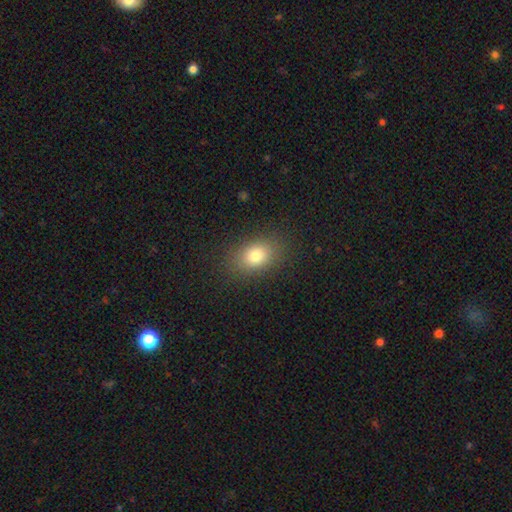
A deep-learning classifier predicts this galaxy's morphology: Smooth or featured: smooth — 79% (star or artifact — 12%)
How rounded: in between — 70% (round — 28%)
Merging: none — 86% (minor disturbance — 9%)